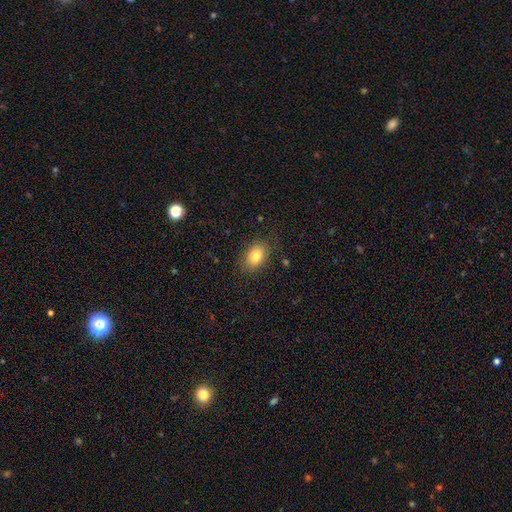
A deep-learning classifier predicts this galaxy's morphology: type=smooth (80%); roundness=in between (76%); merging=none (84%).